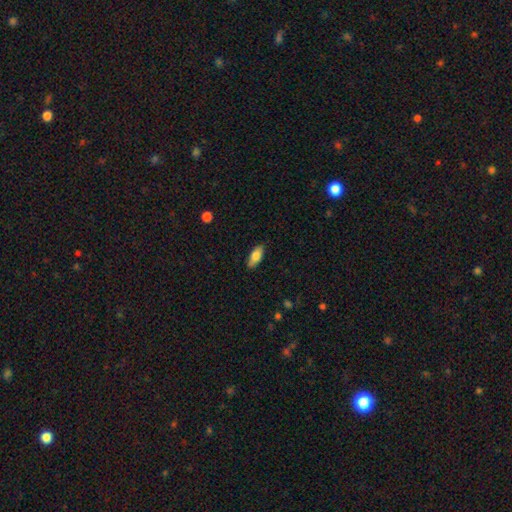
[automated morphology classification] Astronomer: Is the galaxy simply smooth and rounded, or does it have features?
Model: smooth — 80%.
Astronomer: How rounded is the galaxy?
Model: in between — 84%.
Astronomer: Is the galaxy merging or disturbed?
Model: none — 86%.